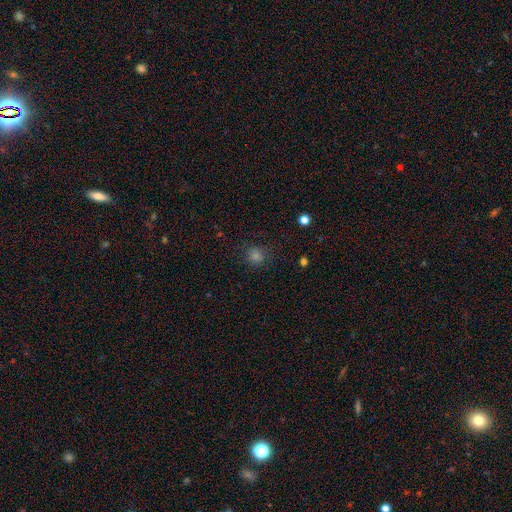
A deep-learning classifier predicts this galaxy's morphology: Q: Smooth or featured?
A: smooth (69%); runner-up: star or artifact (25%)
Q: How rounded?
A: round (89%); runner-up: in between (10%)
Q: Merging?
A: none (80%); runner-up: minor disturbance (12%)